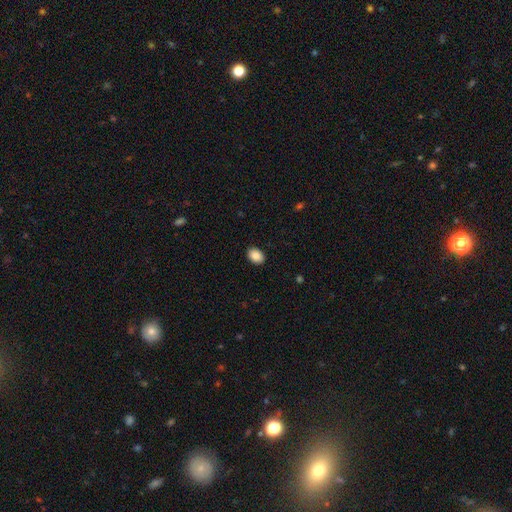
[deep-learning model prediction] This appears to be a smooth galaxy with no disk features (89%) that is in between round and cigar-shaped (78%). Merging: none (90%).